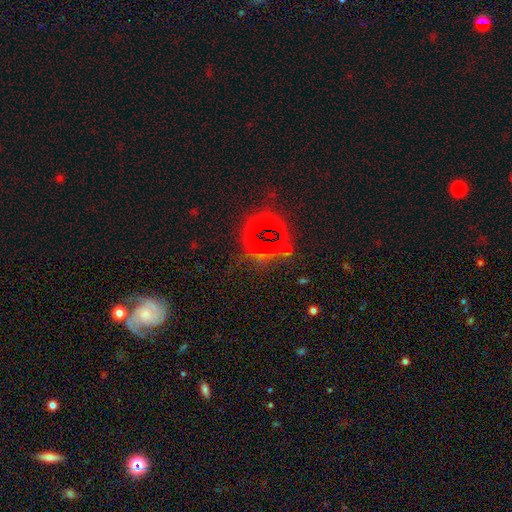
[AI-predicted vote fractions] Smooth or featured?
  - star or artifact: 42% *
  - featured or disk: 38%
  - smooth: 20%